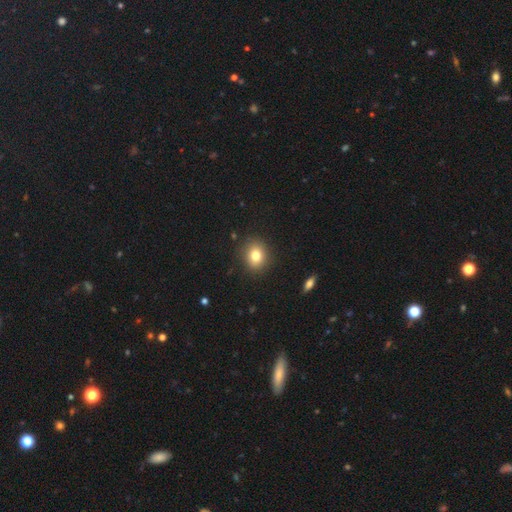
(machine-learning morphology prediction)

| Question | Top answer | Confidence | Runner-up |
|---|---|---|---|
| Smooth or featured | smooth | 79% | star or artifact (11%) |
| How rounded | round | 61% | in between (38%) |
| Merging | none | 87% | minor disturbance (9%) |